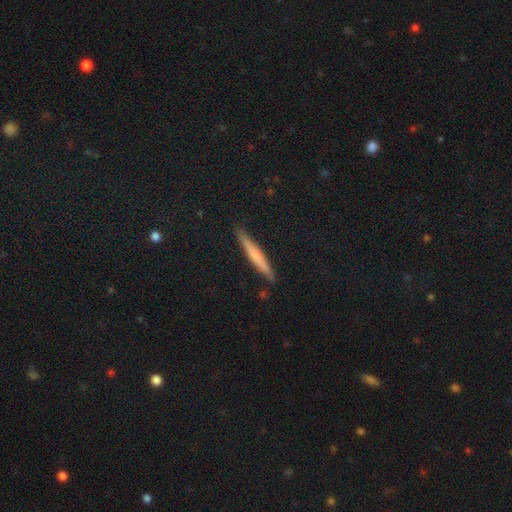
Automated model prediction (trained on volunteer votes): Morphology: type=smooth (52%); roundness=cigar-shaped (95%); merging=none (89%).